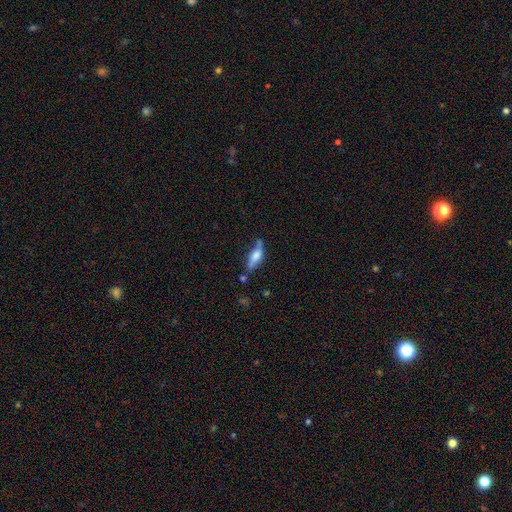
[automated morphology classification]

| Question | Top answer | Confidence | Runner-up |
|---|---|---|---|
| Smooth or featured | smooth | 55% | featured or disk (38%) |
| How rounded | in between | 56% | cigar-shaped (41%) |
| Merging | none | 55% | minor disturbance (27%) |